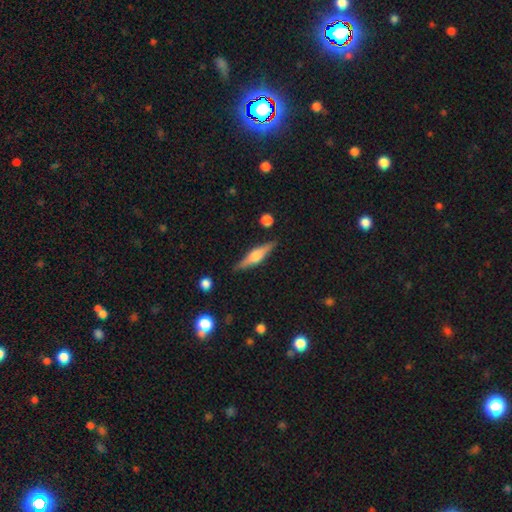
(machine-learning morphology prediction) Smooth or featured?
  - featured or disk: 70% *
  - smooth: 24%
  - star or artifact: 6%
Edge-on disk?
  - yes: 97% *
  - no: 3%
Edge-on bulge?
  - rounded: 86% *
  - boxy: 11%
  - none: 3%
Merging?
  - none: 88% *
  - minor disturbance: 9%
  - major disturbance: 2%
  - merger: 2%